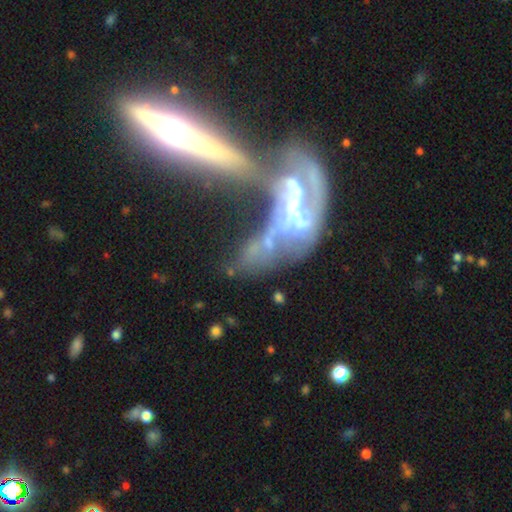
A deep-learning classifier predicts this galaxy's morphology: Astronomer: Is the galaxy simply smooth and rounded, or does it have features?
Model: featured or disk — 72%.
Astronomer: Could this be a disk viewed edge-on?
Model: no — 80%.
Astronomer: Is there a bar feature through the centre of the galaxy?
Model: no — 53%.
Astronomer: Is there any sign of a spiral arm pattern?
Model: yes — 54% (runner-up: no, 46%).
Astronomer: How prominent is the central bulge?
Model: none — 34% (runner-up: moderate, 29%).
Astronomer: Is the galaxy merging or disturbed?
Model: merger — 65%.